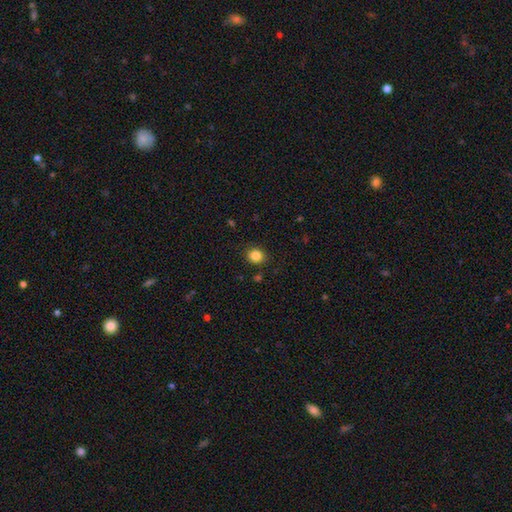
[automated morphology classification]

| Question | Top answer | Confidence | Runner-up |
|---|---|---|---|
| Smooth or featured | smooth | 85% | star or artifact (11%) |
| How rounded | round | 78% | in between (21%) |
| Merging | none | 89% | minor disturbance (7%) |